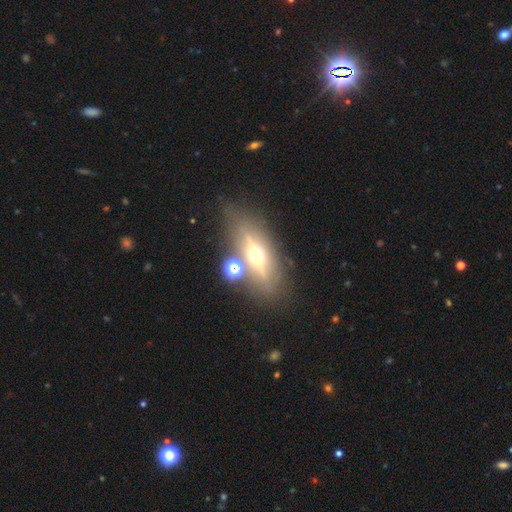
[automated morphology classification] Overall: featured or disk (65%; smooth 25%). Edge-on disk: yes (81%). Edge-on bulge: rounded (94%). Merging: none (73%).